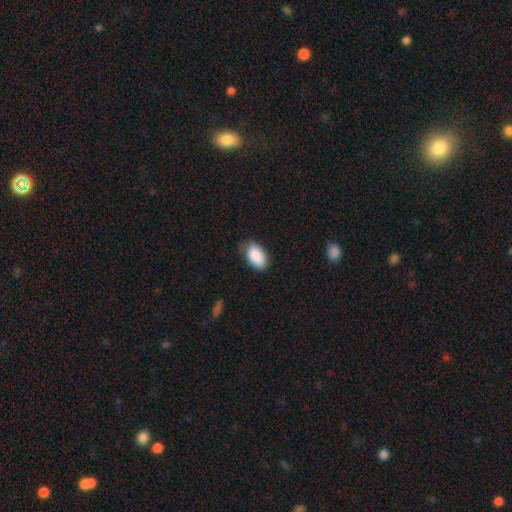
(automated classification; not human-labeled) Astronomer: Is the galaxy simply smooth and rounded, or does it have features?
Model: smooth — 88%.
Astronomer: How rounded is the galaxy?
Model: in between — 93%.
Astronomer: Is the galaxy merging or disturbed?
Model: none — 65%.